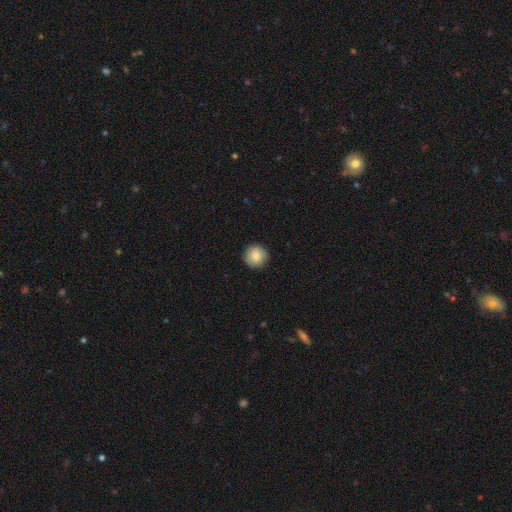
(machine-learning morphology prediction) A smooth galaxy with no disk features (83%) that is round (94%).

Vote fractions:
- Smooth or featured? smooth: 83% / featured or disk: 9% / star or artifact: 8%
- How rounded? round: 94% / in between: 5% / cigar-shaped: 1%
- Merging? none: 90% / minor disturbance: 7% / major disturbance: 2% / merger: 1%